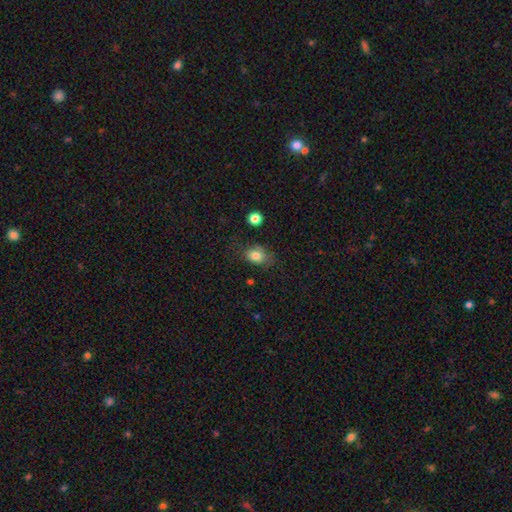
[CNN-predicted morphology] type=smooth (80%); roundness=in between (64%); merging=none (62%).